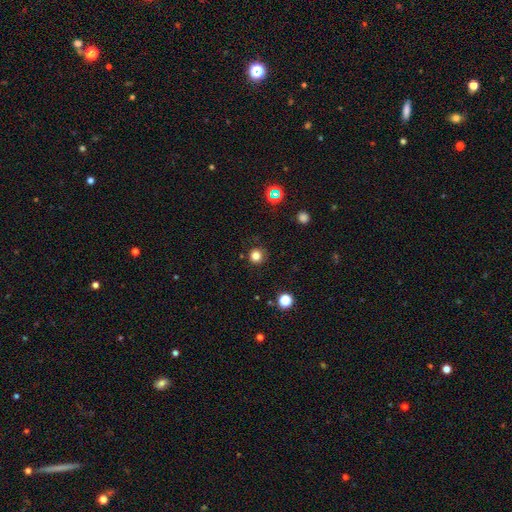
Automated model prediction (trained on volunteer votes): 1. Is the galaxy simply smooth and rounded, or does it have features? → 80% smooth, 14% star or artifact, 5% featured or disk.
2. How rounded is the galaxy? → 95% round, 4% in between, 1% cigar-shaped.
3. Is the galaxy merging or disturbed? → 89% none, 7% minor disturbance, 2% major disturbance, 1% merger.